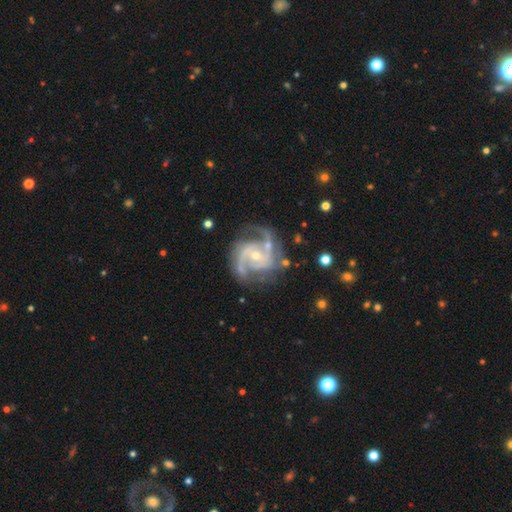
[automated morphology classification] Smooth or featured? featured or disk (92%)
Edge-on disk? no (98%)
Bar? no (59%)
Spiral arms? yes (98%)
Spiral winding? medium (57%)
Spiral arm count? 2 (67%)
Bulge size? small (61%)
Merging? none (69%)